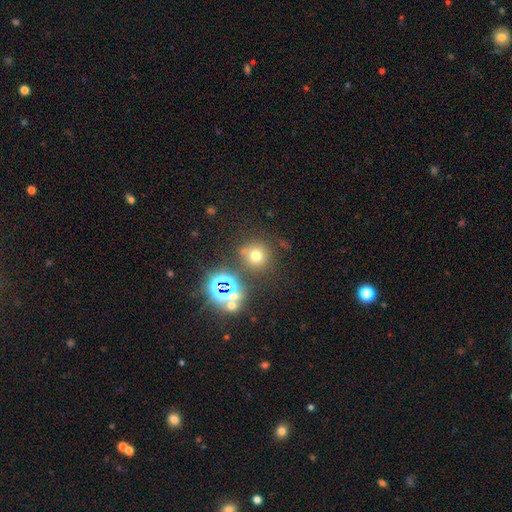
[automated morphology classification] Smooth or featured? Predicted: smooth (p=0.62). How rounded? Predicted: round (p=0.92). Merging? Predicted: none (p=0.75).